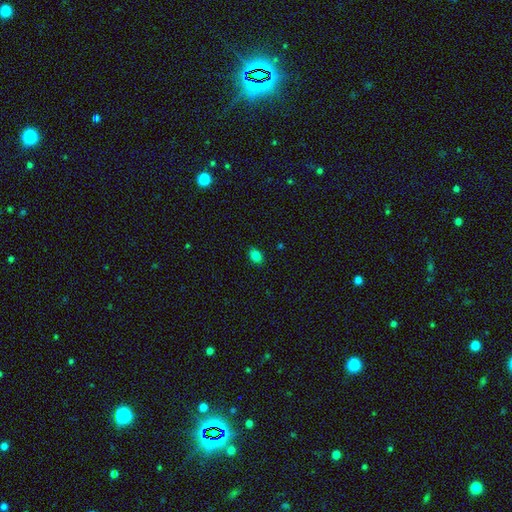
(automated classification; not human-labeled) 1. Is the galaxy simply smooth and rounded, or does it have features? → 83% smooth, 12% star or artifact, 6% featured or disk.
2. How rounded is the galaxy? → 75% in between, 24% round, 1% cigar-shaped.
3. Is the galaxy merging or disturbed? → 87% none, 10% minor disturbance, 2% major disturbance, 1% merger.